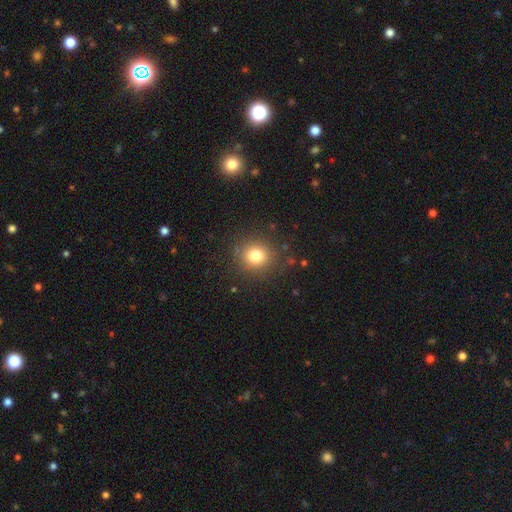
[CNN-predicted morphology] Smooth or featured? smooth (79%)
How rounded? round (89%)
Merging? none (87%)